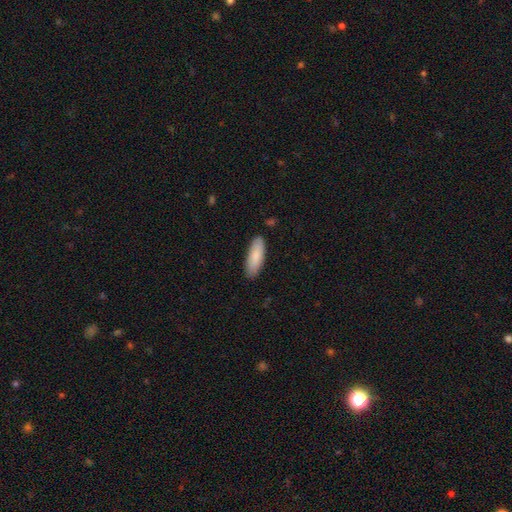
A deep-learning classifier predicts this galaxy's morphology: This appears to be a smooth galaxy with no disk features (86%) that is in between round and cigar-shaped (66%). Merging: none (87%).